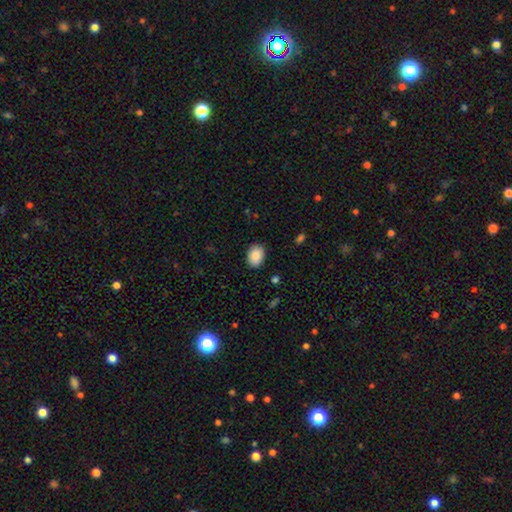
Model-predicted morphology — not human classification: A smooth galaxy with no disk features (89%) that is in between round and cigar-shaped (73%). Merging: none (87%).